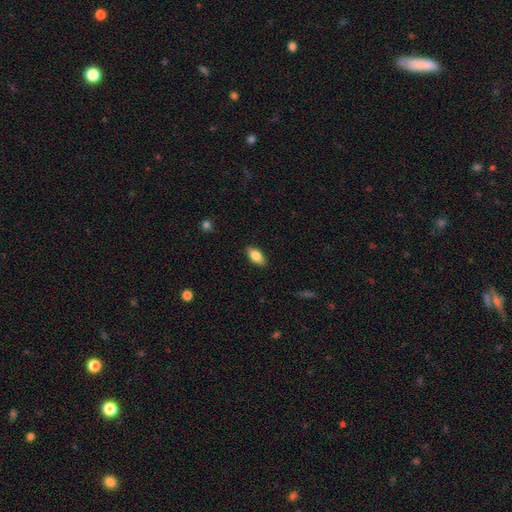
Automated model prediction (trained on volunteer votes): smooth 83%, featured or disk 10%, star or artifact 7%. Down the decision tree: how rounded — in between (91%); merging — none (88%).